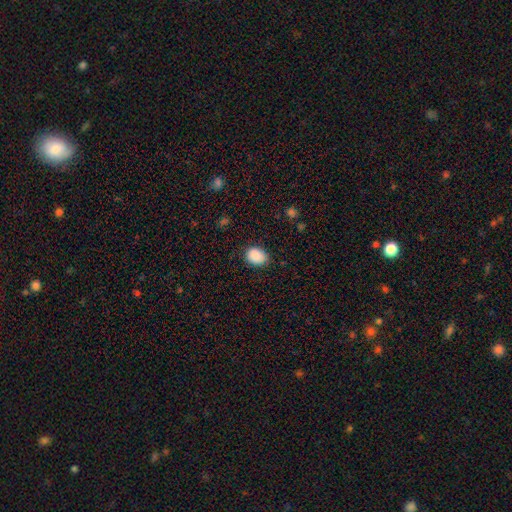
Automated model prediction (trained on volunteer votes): smooth 88%, star or artifact 8%, featured or disk 4%. Down the decision tree: how rounded — in between (64%); merging — none (75%).